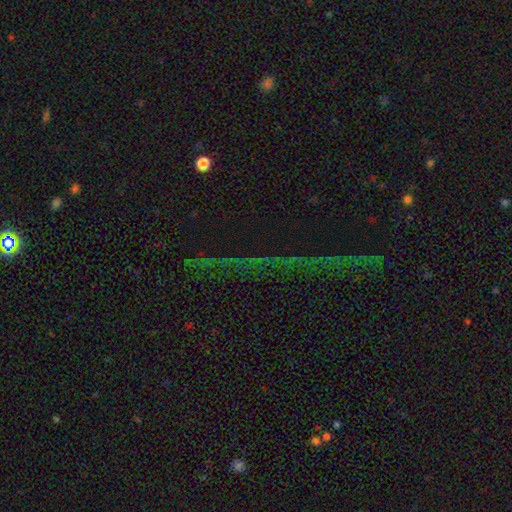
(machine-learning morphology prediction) smooth-or-featured: star or artifact: 77% | featured or disk: 12% | smooth: 10%